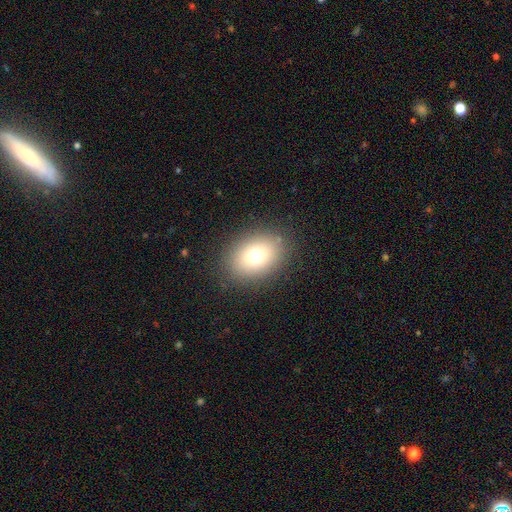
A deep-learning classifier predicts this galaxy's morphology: This is likely a smooth galaxy (74%). How rounded: likely in between (67%). Merging: clearly none (85%).